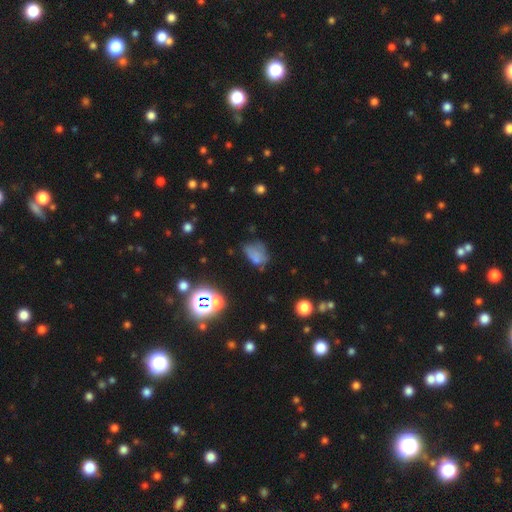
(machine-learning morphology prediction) Overall: smooth (54%; featured or disk 23%). How rounded: in between (77%). Merging: none (36%; minor disturbance 30%).